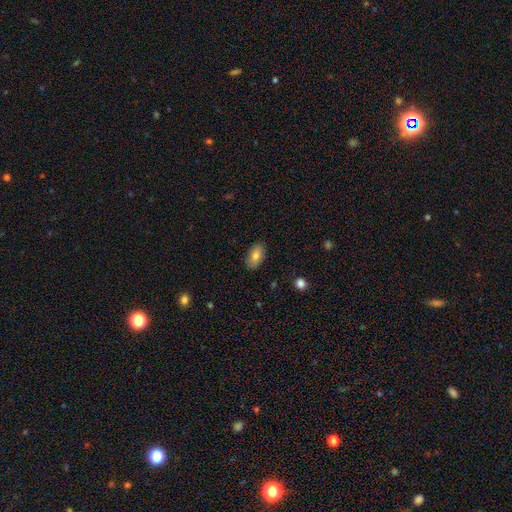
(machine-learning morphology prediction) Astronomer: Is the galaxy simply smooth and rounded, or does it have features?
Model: smooth — 79%.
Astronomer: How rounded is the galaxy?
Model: in between — 92%.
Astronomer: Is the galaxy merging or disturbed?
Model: none — 87%.